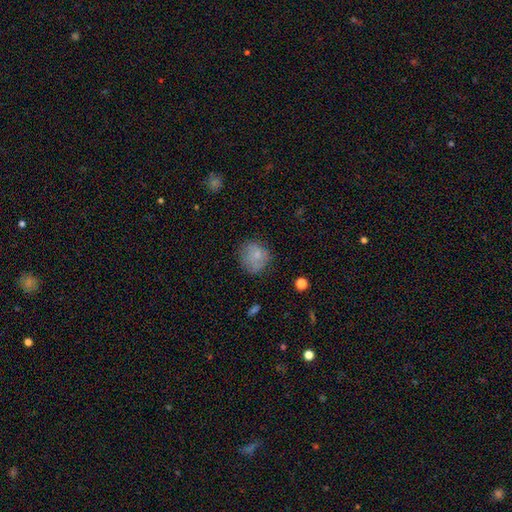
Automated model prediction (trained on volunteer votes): smooth_or_featured: smooth (p=0.76) [alt: featured or disk p=0.15]
how_rounded: round (p=0.78) [alt: in between p=0.21]
merging: none (p=0.68) [alt: minor disturbance p=0.22]